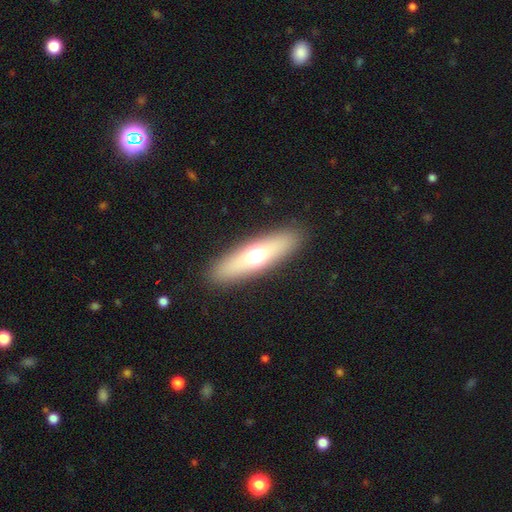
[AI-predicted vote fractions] smooth 57%, featured or disk 34%, star or artifact 9%. Down the decision tree: how rounded — cigar-shaped (52%); merging — none (89%).